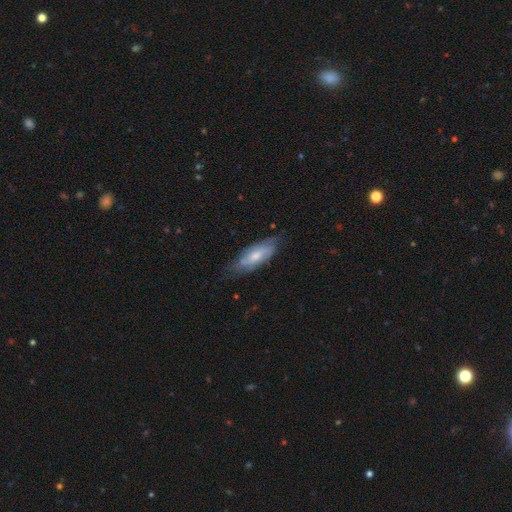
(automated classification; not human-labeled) featured or disk 53%, smooth 41%, star or artifact 6%. Down the decision tree: edge-on disk — no (76%); merging — none (65%).